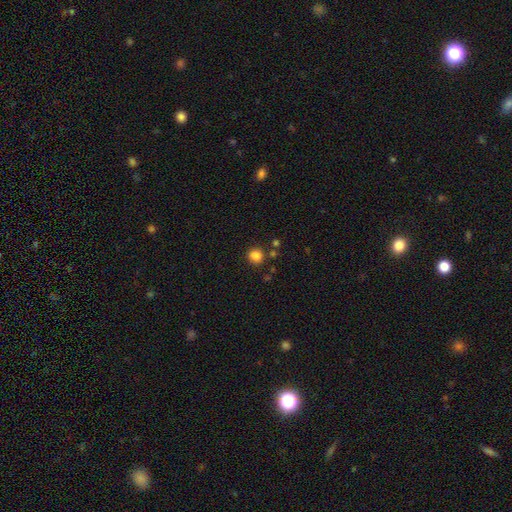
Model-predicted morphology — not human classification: A smooth galaxy with no disk features (85%) that is round (83%).

Vote fractions:
- Smooth or featured? smooth: 85% / star or artifact: 12% / featured or disk: 4%
- How rounded? round: 83% / in between: 16% / cigar-shaped: 1%
- Merging? none: 83% / minor disturbance: 9% / merger: 5% / major disturbance: 3%